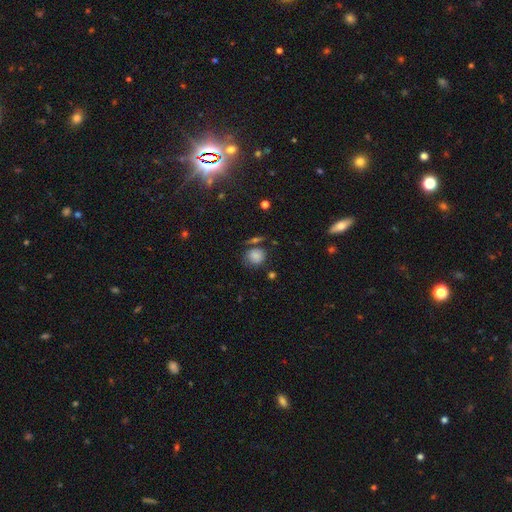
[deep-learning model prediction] The model was most divided on "merging": none: 63%, minor disturbance: 19%, merger: 10%, major disturbance: 7%. More confident: smooth or featured — smooth (80%); how rounded — round (79%).